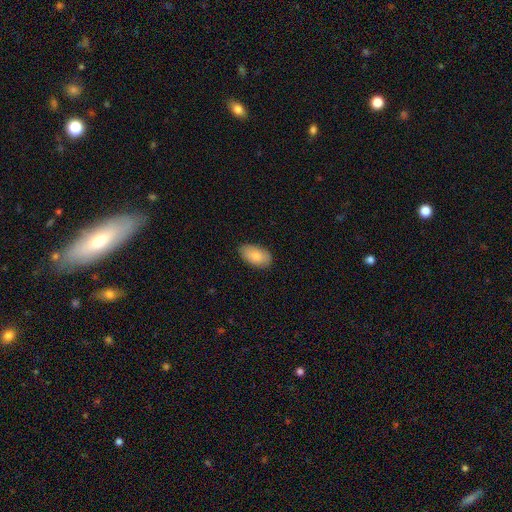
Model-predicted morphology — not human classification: Q: Smooth or featured?
A: smooth (84%); runner-up: featured or disk (10%)
Q: How rounded?
A: in between (95%); runner-up: round (3%)
Q: Merging?
A: none (84%); runner-up: minor disturbance (13%)